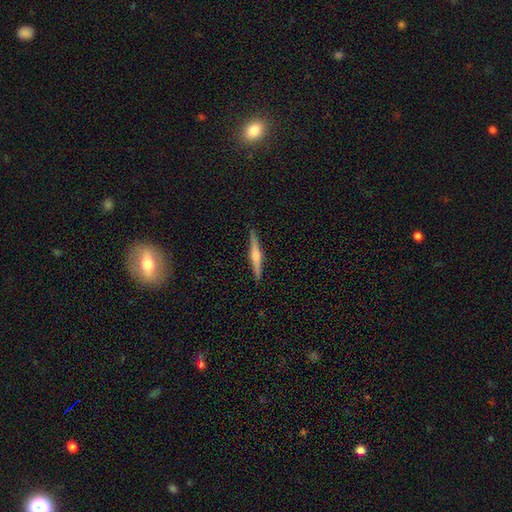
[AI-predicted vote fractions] Smooth or featured?
  - featured or disk: 68% *
  - smooth: 27%
  - star or artifact: 6%
Edge-on disk?
  - yes: 98% *
  - no: 2%
Edge-on bulge?
  - rounded: 79% *
  - boxy: 12%
  - none: 9%
Merging?
  - none: 91% *
  - minor disturbance: 6%
  - major disturbance: 1%
  - merger: 1%